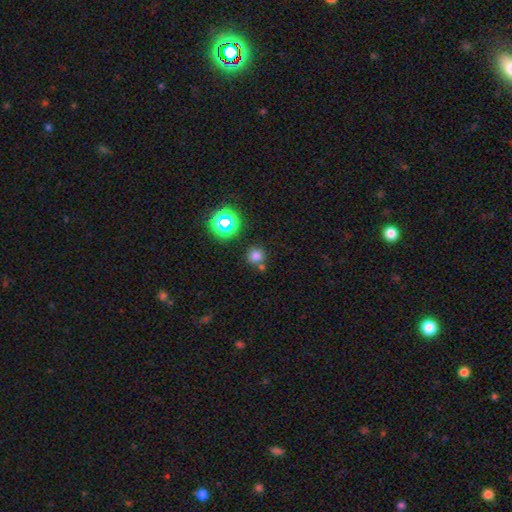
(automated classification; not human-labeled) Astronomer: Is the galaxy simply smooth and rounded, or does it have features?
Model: smooth — 72%.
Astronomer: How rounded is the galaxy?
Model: round — 92%.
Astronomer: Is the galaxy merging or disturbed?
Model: none — 72%.